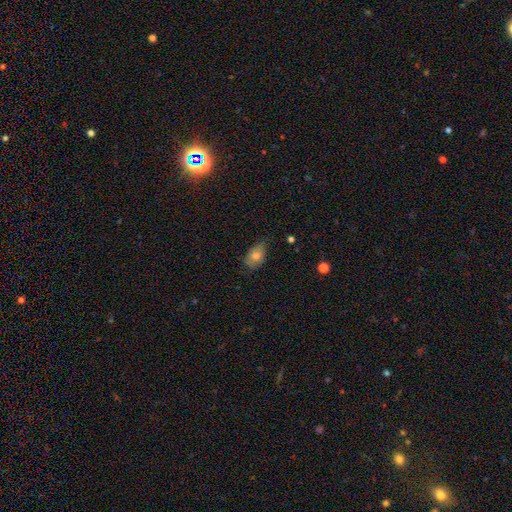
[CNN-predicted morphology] smooth_or_featured: smooth (p=0.74) [alt: featured or disk p=0.17]
how_rounded: in between (p=0.83) [alt: round p=0.15]
merging: none (p=0.58) [alt: minor disturbance p=0.33]